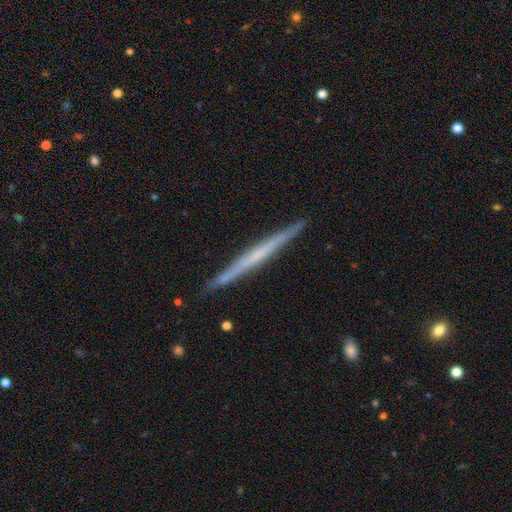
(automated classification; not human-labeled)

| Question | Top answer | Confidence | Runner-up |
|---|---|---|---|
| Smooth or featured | featured or disk | 64% | smooth (31%) |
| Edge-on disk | yes | 98% | no (2%) |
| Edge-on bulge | none | 77% | rounded (16%) |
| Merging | none | 91% | minor disturbance (7%) |